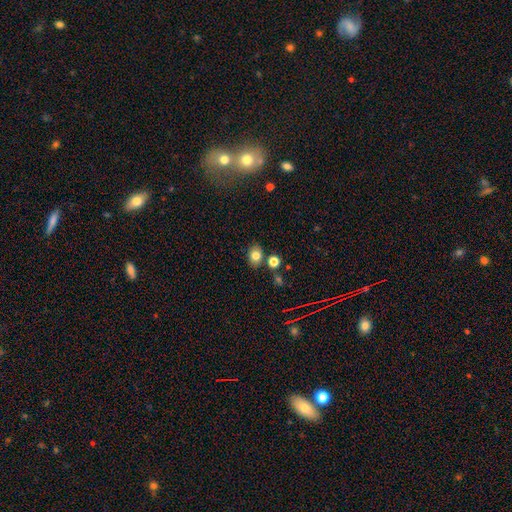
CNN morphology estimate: Smooth or featured? Predicted: smooth (p=0.79). How rounded? Predicted: in between (p=0.61). Merging? Predicted: none (p=0.77).